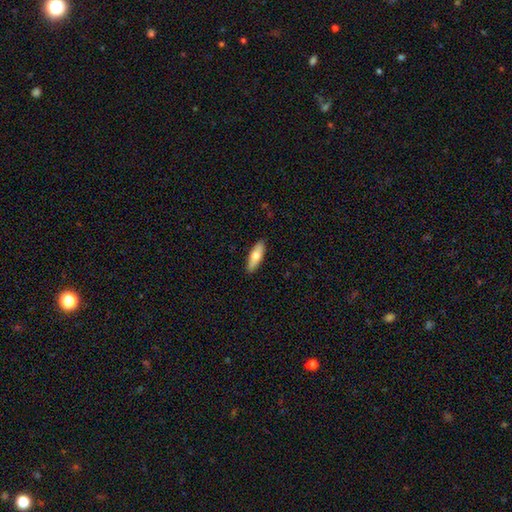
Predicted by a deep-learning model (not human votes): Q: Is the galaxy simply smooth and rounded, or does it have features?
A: smooth — 68%.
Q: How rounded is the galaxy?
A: in between — 51%.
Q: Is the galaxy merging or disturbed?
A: none — 90%.